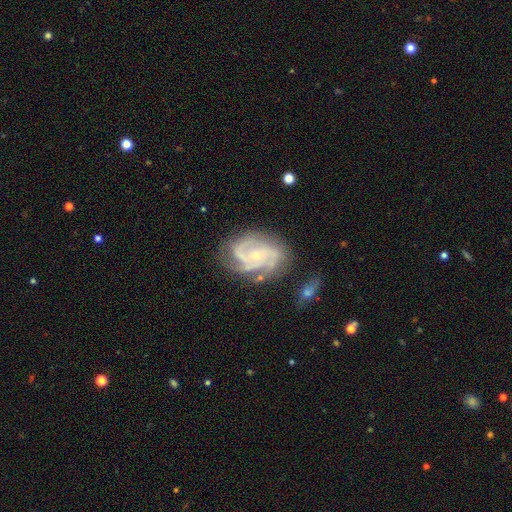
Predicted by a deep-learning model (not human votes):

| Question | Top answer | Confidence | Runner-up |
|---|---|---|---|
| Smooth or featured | featured or disk | 88% | smooth (6%) |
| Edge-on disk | no | 98% | yes (2%) |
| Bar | no | 68% | weak (25%) |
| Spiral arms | yes | 97% | no (3%) |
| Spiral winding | tight | 50% | medium (41%) |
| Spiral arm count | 3 | 43% | 2 (20%) |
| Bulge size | small | 75% | moderate (21%) |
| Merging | none | 71% | minor disturbance (19%) |